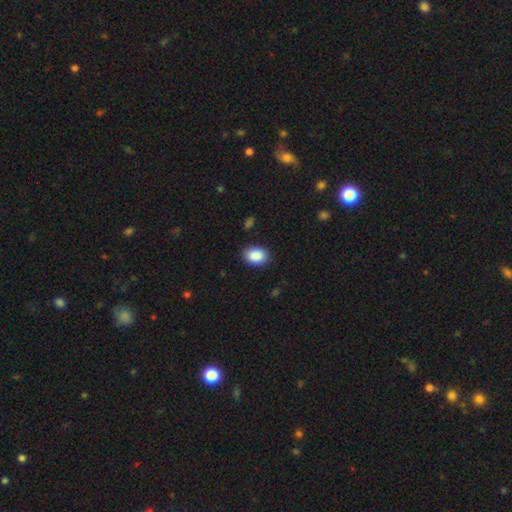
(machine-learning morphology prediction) smooth 88%, star or artifact 7%, featured or disk 4%. Down the decision tree: how rounded — in between (77%); merging — none (86%).